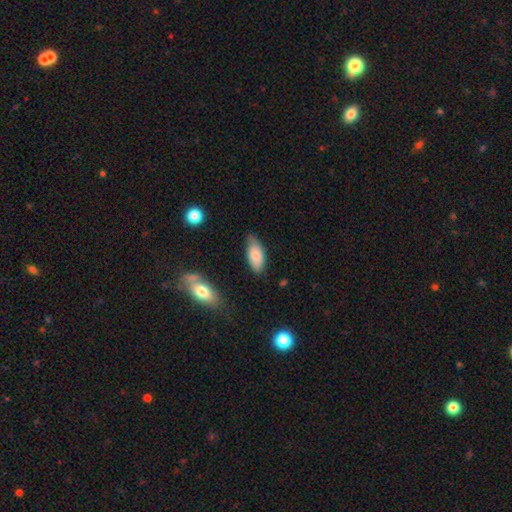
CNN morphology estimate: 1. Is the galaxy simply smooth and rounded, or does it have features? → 79% smooth, 14% featured or disk, 7% star or artifact.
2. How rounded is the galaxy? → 90% in between, 8% cigar-shaped, 2% round.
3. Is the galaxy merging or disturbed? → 57% none, 34% minor disturbance, 6% major disturbance, 3% merger.